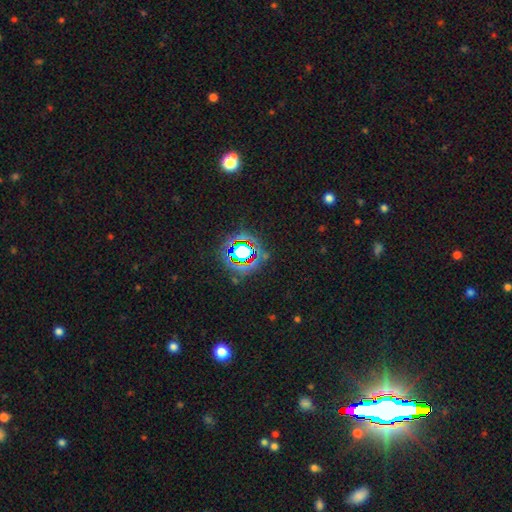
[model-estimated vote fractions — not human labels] This is clearly a star or artifact rather than a galaxy (82%).